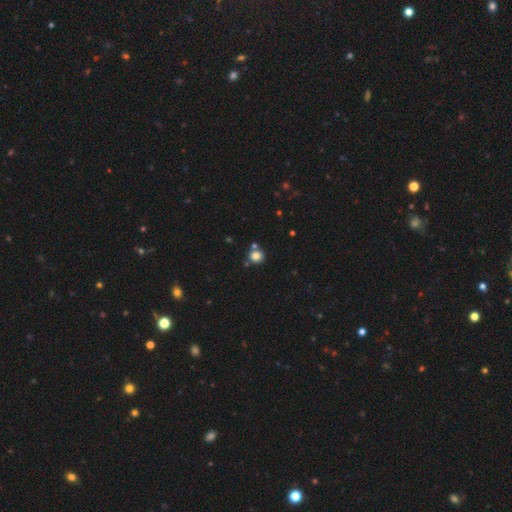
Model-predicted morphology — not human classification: Smooth or featured? Predicted: smooth (p=0.82). How rounded? Predicted: round (p=0.88). Merging? Predicted: none (p=0.71).